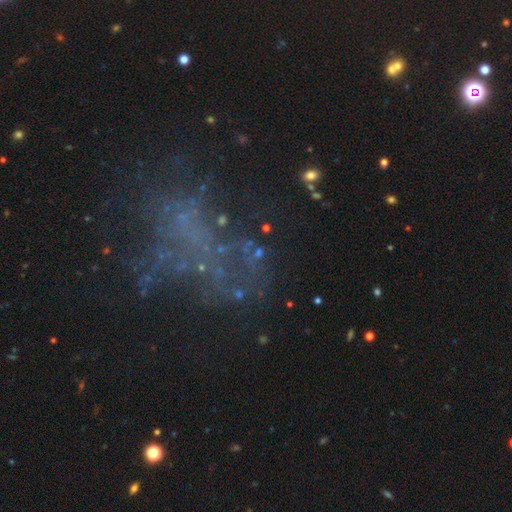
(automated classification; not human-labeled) The model was most divided on "smooth or featured": star or artifact: 42%, featured or disk: 38%, smooth: 21%.